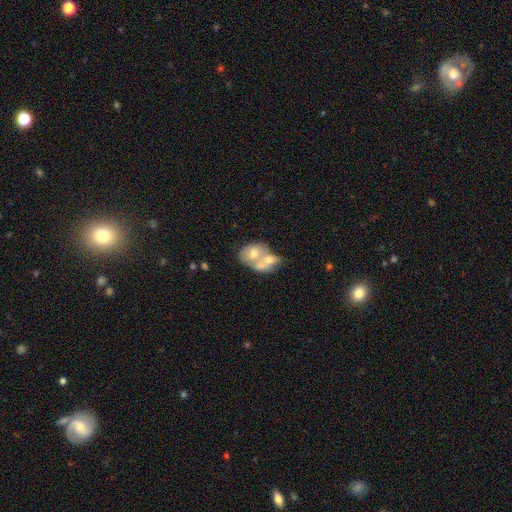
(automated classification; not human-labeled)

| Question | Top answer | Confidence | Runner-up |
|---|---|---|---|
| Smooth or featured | smooth | 51% | featured or disk (41%) |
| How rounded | in between | 58% | round (41%) |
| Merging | merger | 75% | none (14%) |